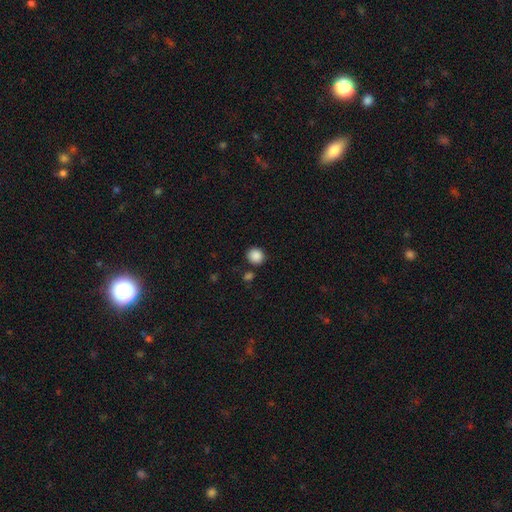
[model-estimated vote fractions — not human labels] Q: Smooth or featured?
A: smooth (88%); runner-up: star or artifact (9%)
Q: How rounded?
A: round (85%); runner-up: in between (14%)
Q: Merging?
A: none (85%); runner-up: minor disturbance (8%)